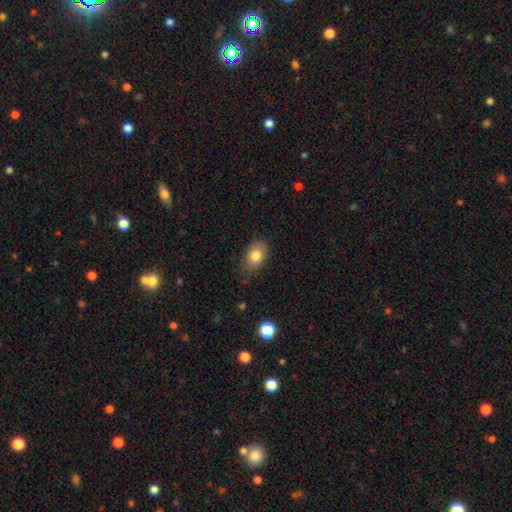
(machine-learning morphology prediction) type=smooth (81%); roundness=in between (85%); merging=none (76%).